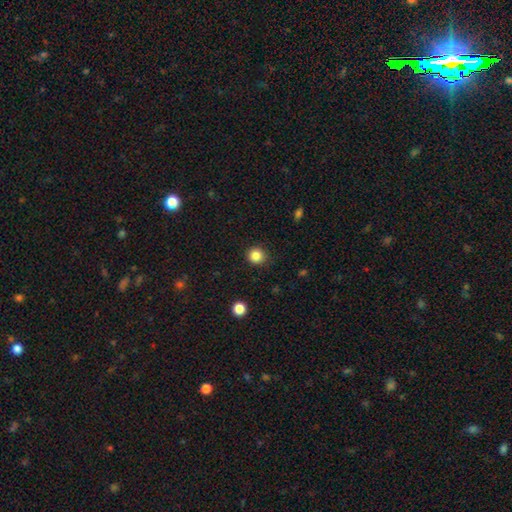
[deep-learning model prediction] Smooth or featured? smooth (84%)
How rounded? round (93%)
Merging? none (89%)